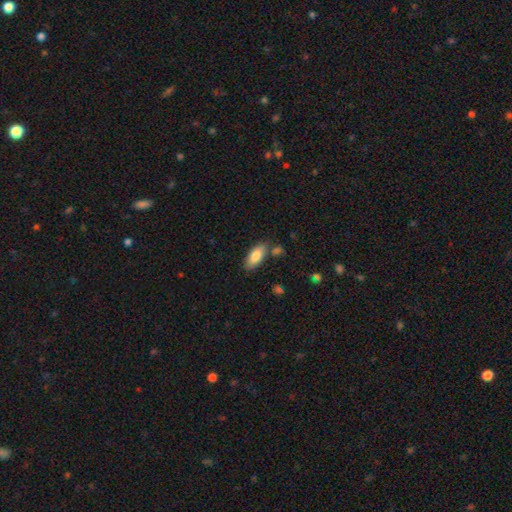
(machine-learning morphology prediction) Overall: smooth (83%). How rounded: in between (83%). Merging: none (77%).